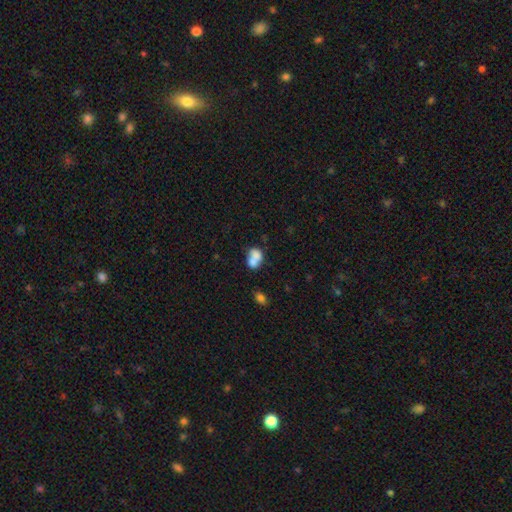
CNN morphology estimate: The model was most divided on "how rounded": in between: 63%, round: 35%, cigar-shaped: 1%. More confident: smooth or featured — smooth (71%); merging — merger (61%).